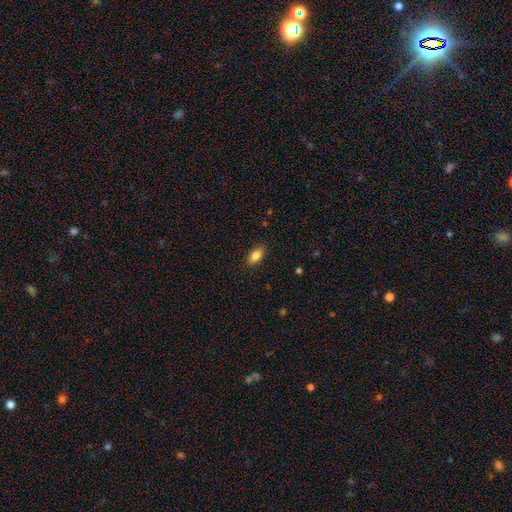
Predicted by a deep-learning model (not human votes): Smooth or featured: smooth — 87% (star or artifact — 8%)
How rounded: in between — 90% (round — 6%)
Merging: none — 87% (minor disturbance — 9%)